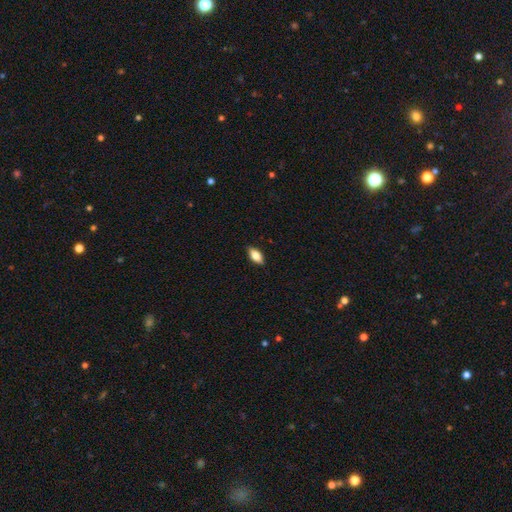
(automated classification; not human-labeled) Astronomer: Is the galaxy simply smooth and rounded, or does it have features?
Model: smooth — 71%.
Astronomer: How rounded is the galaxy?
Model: in between — 83%.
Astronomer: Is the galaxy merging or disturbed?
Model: none — 89%.